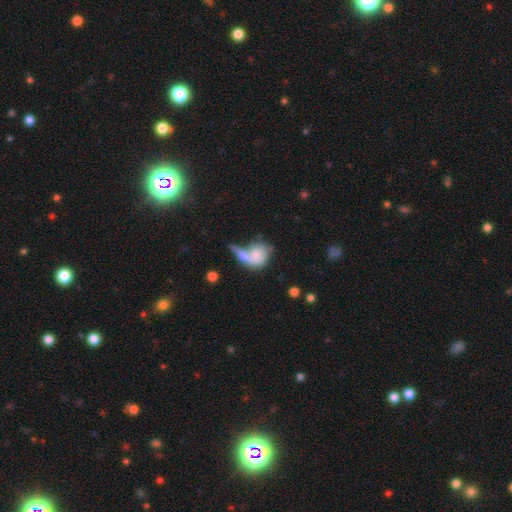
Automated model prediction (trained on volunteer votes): A smooth galaxy with no disk features (73%) that is round (55%). Merging: merger (51%).